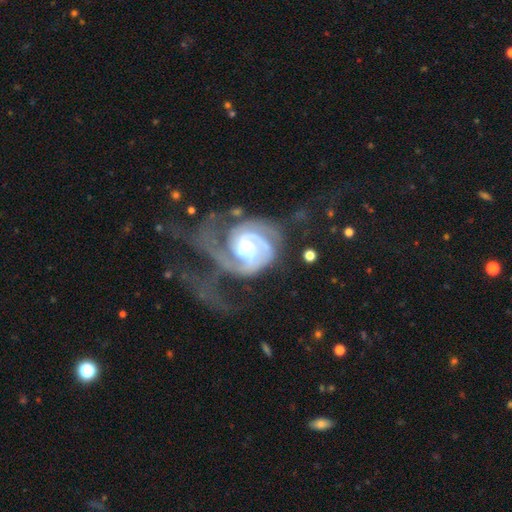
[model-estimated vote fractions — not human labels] Overall: featured or disk (90%). Edge-on disk: no (98%). Bar: no (58%; weak 32%). Spiral arms: yes (97%). Spiral arm count: 2 (51%; can't tell 15%). Spiral winding: tight (56%; medium 33%). Bulge size: small (46%; moderate 44%). Merging: major disturbance (53%; none 26%).